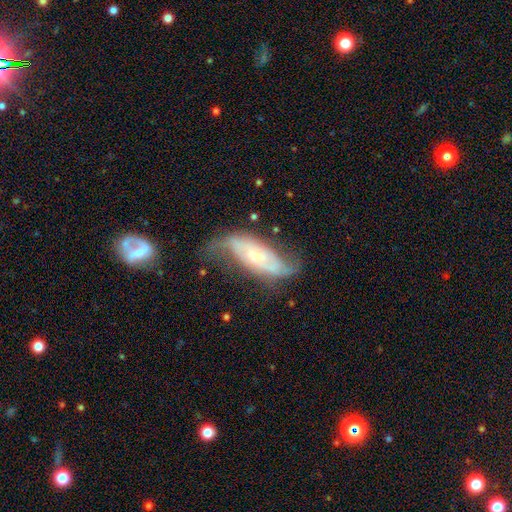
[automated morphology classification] This appears to be a featured or disk galaxy (72%) with no bar (55%), 2 (76%) loose (43%) spiral arms (88%) and a small central bulge (58%). Merging: none (48%).